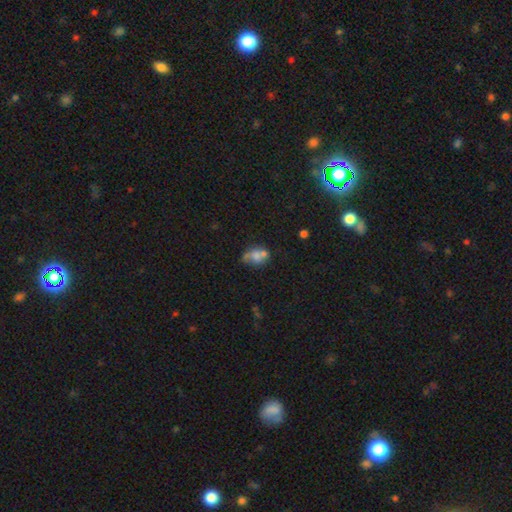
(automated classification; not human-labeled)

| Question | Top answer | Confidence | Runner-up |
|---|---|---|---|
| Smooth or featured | smooth | 56% | featured or disk (32%) |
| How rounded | in between | 67% | round (31%) |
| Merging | merger | 36% | none (33%) |